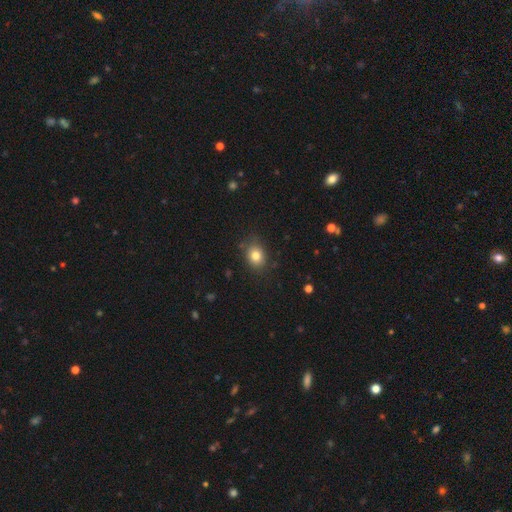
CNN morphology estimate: Q: Smooth or featured?
A: smooth (81%); runner-up: star or artifact (11%)
Q: How rounded?
A: round (52%); runner-up: in between (47%)
Q: Merging?
A: none (80%); runner-up: minor disturbance (14%)